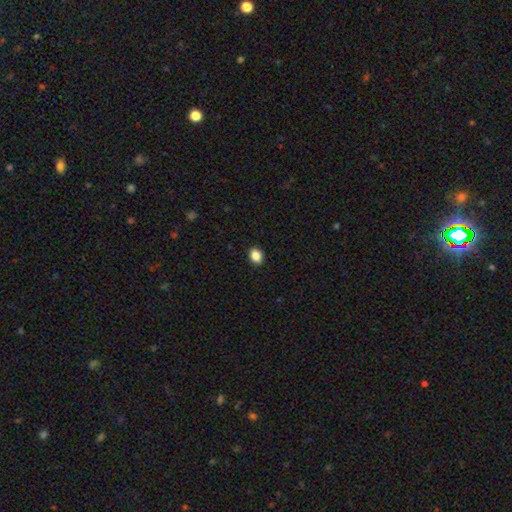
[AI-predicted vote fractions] Smooth or featured: smooth — 86% (star or artifact — 9%)
How rounded: in between — 65% (round — 34%)
Merging: none — 90% (minor disturbance — 7%)